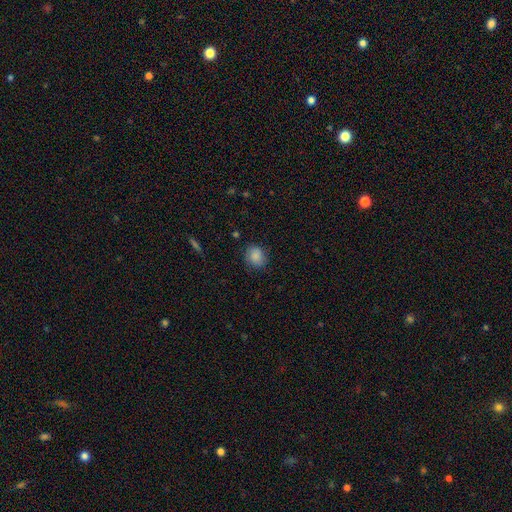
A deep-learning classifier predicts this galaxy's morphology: A smooth galaxy with no disk features (82%) that is round (69%).

Vote fractions:
- Smooth or featured? smooth: 82% / featured or disk: 9% / star or artifact: 8%
- How rounded? round: 69% / in between: 30% / cigar-shaped: 1%
- Merging? none: 79% / minor disturbance: 16% / major disturbance: 4% / merger: 1%